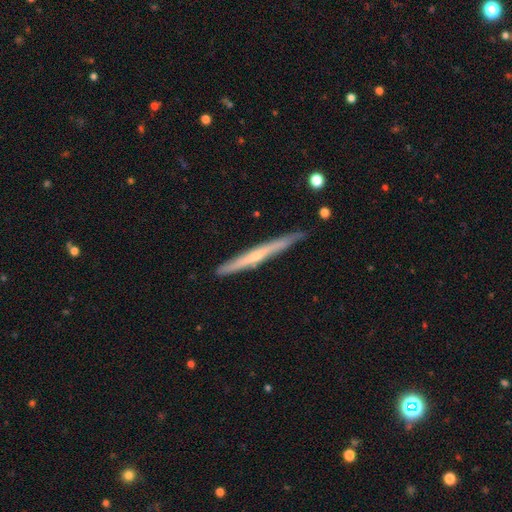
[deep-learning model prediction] Q: Smooth or featured?
A: featured or disk (64%); runner-up: smooth (31%)
Q: Edge-on disk?
A: yes (97%); runner-up: no (3%)
Q: Edge-on bulge?
A: rounded (49%); runner-up: none (48%)
Q: Merging?
A: none (86%); runner-up: minor disturbance (11%)